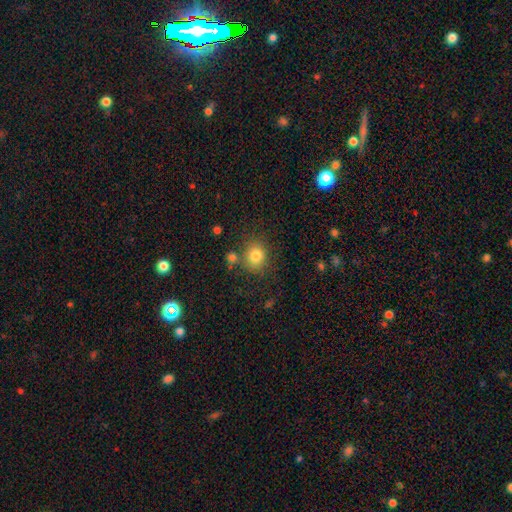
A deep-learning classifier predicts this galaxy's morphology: The model was most divided on "how rounded": round: 75%, in between: 24%, cigar-shaped: 1%. More confident: smooth or featured — smooth (81%); merging — none (74%).